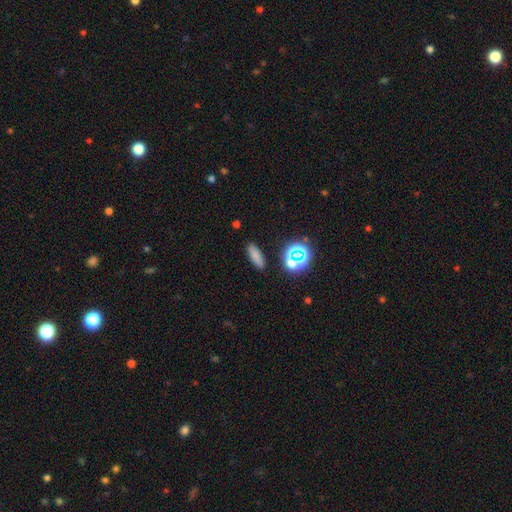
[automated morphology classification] type=smooth (76%); roundness=in between (53%); merging=none (87%).